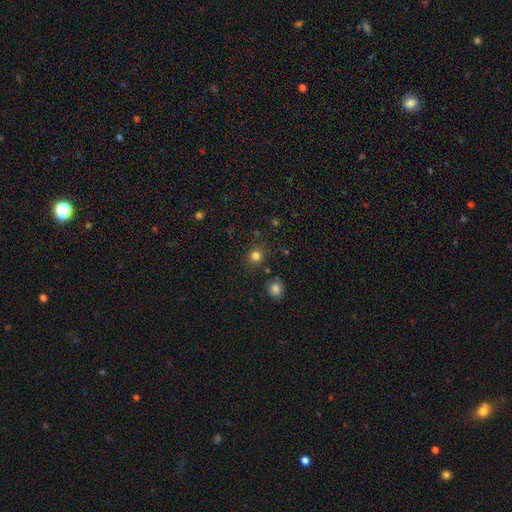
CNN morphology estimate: smooth-or-featured: smooth: 79% | star or artifact: 15% | featured or disk: 6%
  how-rounded: round: 87% | in between: 12% | cigar-shaped: 1%
  merging: none: 85% | minor disturbance: 9% | merger: 4% | major disturbance: 3%